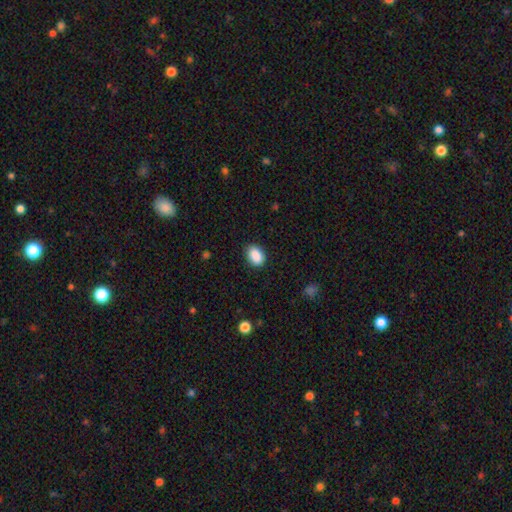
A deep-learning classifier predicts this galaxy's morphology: smooth_or_featured: smooth (p=0.90) [alt: star or artifact p=0.07]
how_rounded: in between (p=0.79) [alt: round p=0.20]
merging: none (p=0.85) [alt: minor disturbance p=0.11]